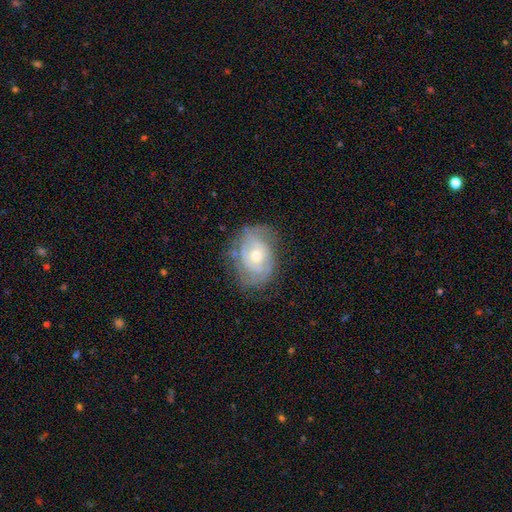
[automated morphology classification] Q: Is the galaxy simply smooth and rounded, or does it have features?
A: featured or disk — 74%.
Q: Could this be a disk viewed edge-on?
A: no — 96%.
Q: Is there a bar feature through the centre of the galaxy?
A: no — 74%.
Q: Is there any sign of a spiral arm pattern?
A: yes — 82%.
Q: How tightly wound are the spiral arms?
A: tight — 61%.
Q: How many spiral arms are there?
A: can't tell — 40%.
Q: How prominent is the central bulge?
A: moderate — 62%.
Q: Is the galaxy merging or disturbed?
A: none — 66%.